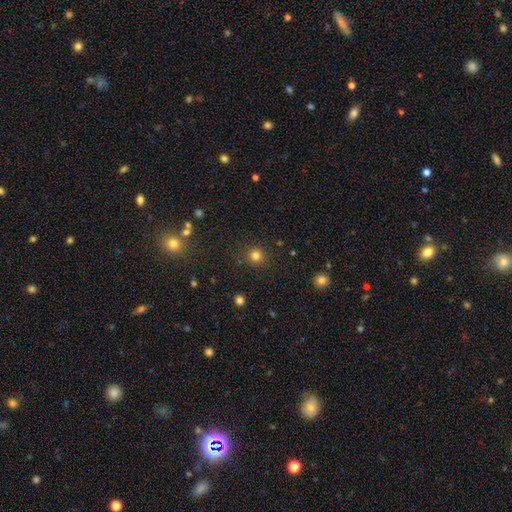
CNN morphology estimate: Smooth or featured? Predicted: smooth (p=0.80). How rounded? Predicted: round (p=0.93). Merging? Predicted: none (p=0.89).